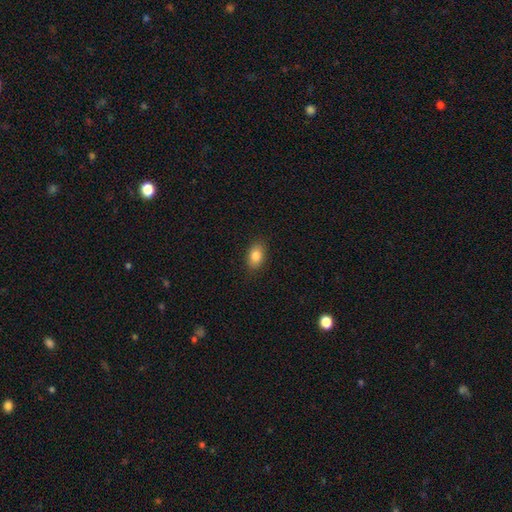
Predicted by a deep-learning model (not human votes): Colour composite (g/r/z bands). It shows a smooth galaxy with no disk features (83%) that is in between round and cigar-shaped (88%). Merging: none (87%).